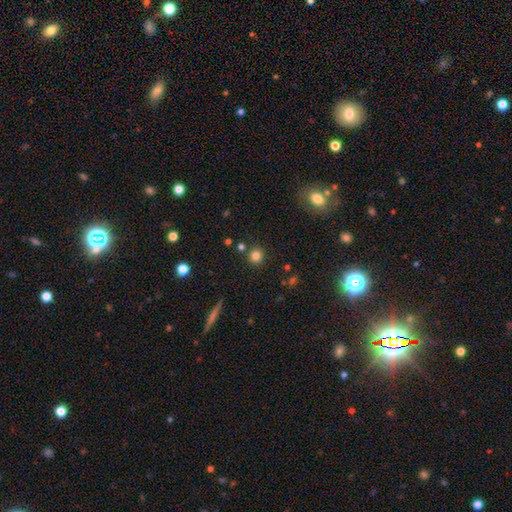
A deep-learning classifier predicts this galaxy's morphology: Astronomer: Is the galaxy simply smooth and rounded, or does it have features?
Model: smooth — 81%.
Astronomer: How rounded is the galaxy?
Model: round — 92%.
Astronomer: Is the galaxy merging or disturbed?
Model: none — 85%.